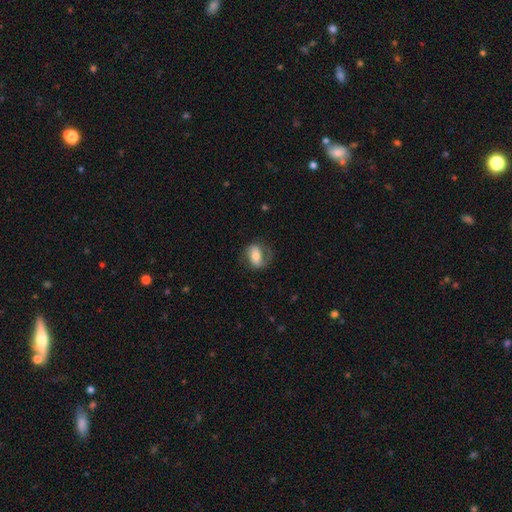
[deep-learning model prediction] This appears to be a featured or disk galaxy (54%) with a strong bar (37%), spiral arms (80%) and a moderate central bulge (57%). Merging: none (61%).